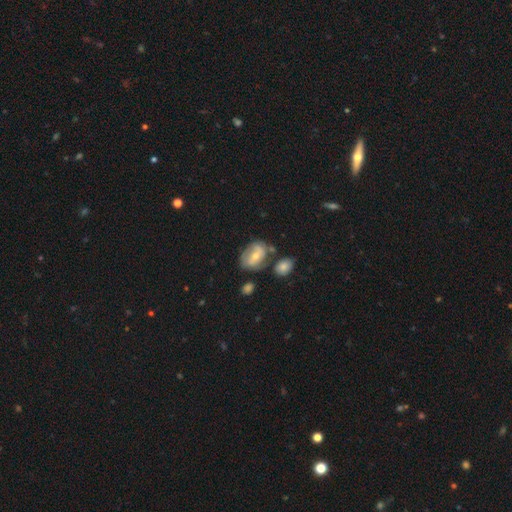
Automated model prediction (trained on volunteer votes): Overall: smooth (47%; featured or disk 45%). Merging: none (55%; minor disturbance 22%).